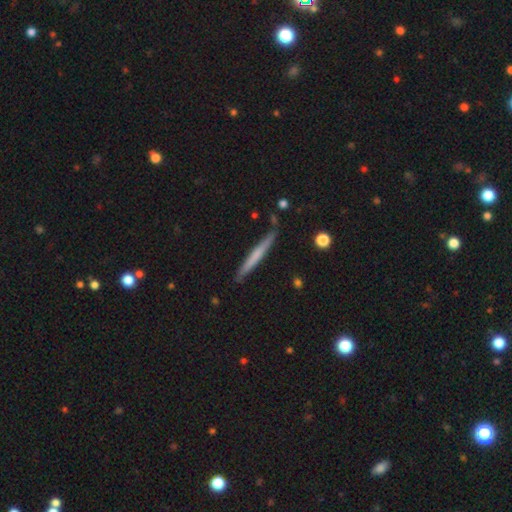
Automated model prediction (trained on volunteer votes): Morphology: type=smooth (52%); roundness=cigar-shaped (96%); merging=none (86%).